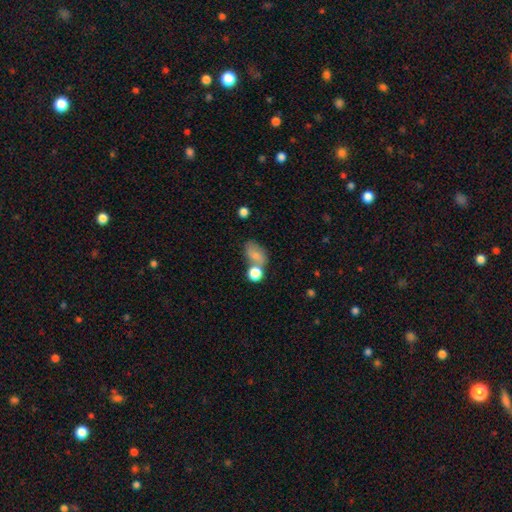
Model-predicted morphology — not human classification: smooth 72%, featured or disk 16%, star or artifact 12%. Down the decision tree: how rounded — in between (77%); merging — none (41%).